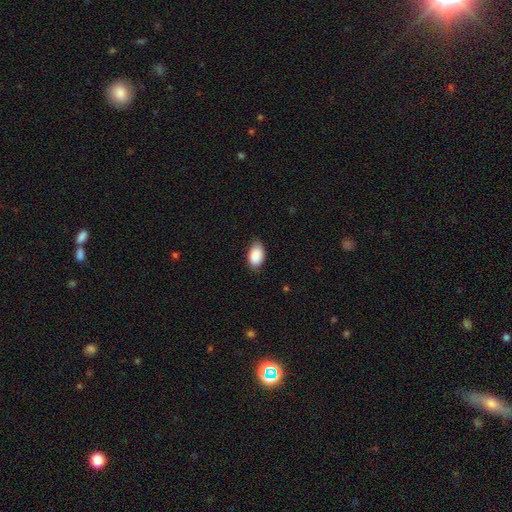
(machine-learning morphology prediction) This appears to be a smooth galaxy with no disk features (90%) that is in between round and cigar-shaped (92%). Merging: none (78%).